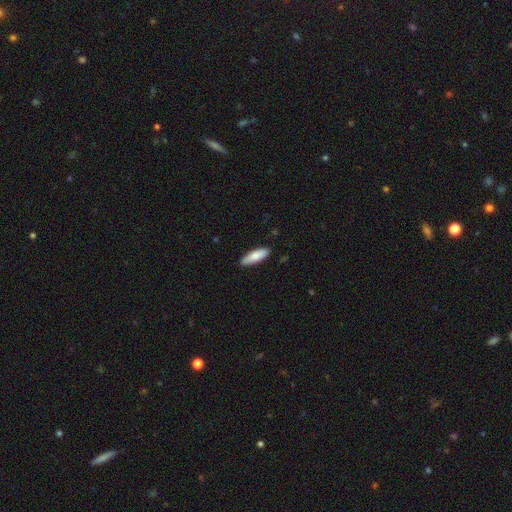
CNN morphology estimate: A smooth galaxy with no disk features (81%) that is in between round and cigar-shaped (53%). Merging: none (88%).